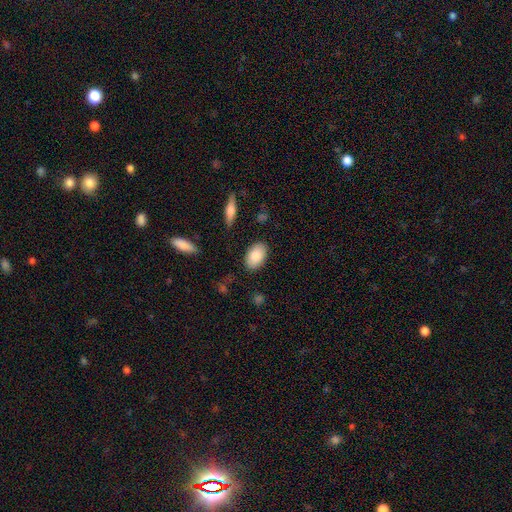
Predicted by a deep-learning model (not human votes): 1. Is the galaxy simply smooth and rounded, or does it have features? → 86% smooth, 8% featured or disk, 6% star or artifact.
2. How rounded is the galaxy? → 92% in between, 7% round, 1% cigar-shaped.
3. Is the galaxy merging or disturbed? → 86% none, 10% minor disturbance, 3% major disturbance, 2% merger.